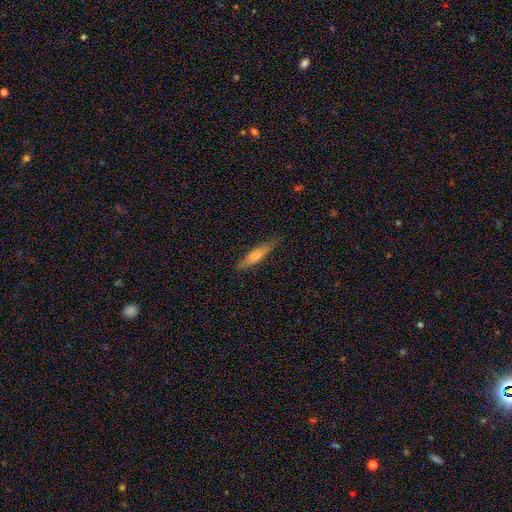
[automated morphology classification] Q: Smooth or featured?
A: smooth (68%); runner-up: featured or disk (26%)
Q: How rounded?
A: cigar-shaped (80%); runner-up: in between (19%)
Q: Merging?
A: none (82%); runner-up: minor disturbance (14%)